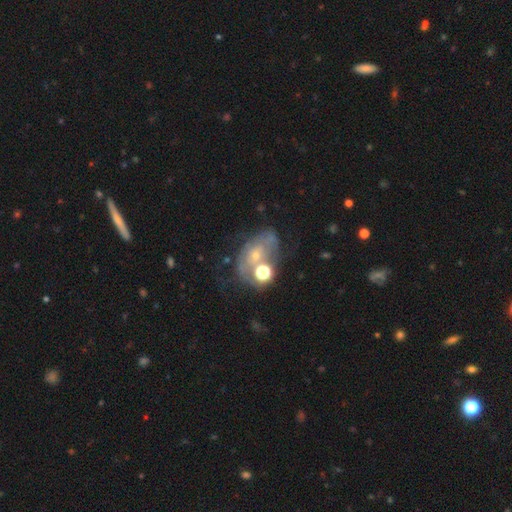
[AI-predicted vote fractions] A featured or disk galaxy (56%) with no bar (79%), spiral arms (57%) and a small central bulge (60%). Merging: none (39%).